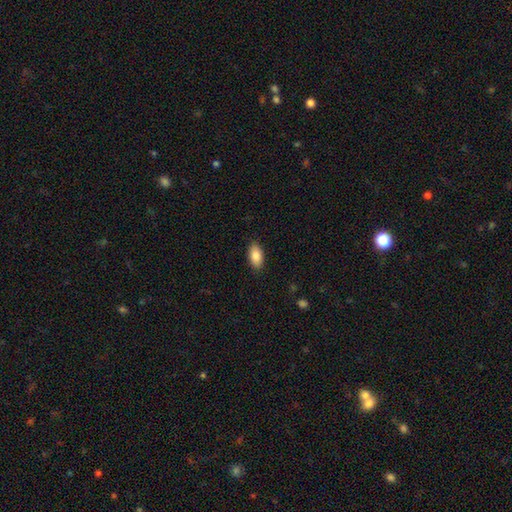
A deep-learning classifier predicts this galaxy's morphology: Smooth or featured: smooth — 87% (featured or disk — 7%)
How rounded: in between — 93% (cigar-shaped — 4%)
Merging: none — 89% (minor disturbance — 8%)